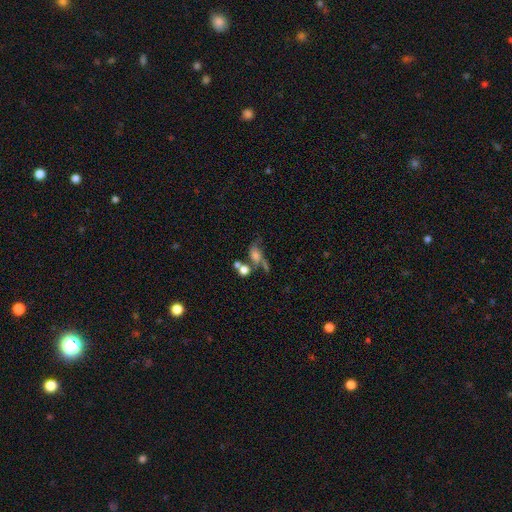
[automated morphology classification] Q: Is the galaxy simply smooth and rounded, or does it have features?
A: featured or disk — 43%, tied with smooth.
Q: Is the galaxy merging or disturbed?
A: merger — 31%.